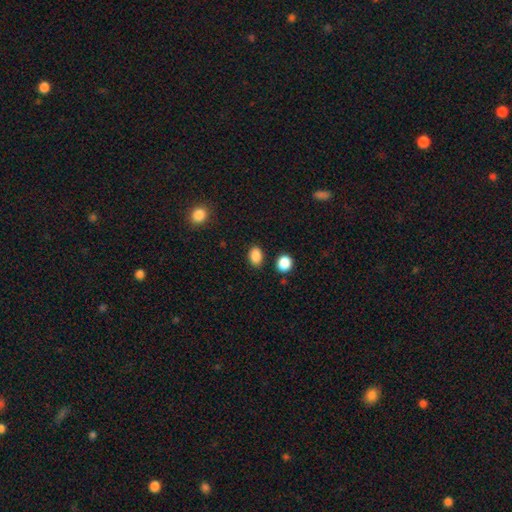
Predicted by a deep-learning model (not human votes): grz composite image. It shows a smooth galaxy with no disk features (87%) that is in between round and cigar-shaped (75%). Merging: none (84%).